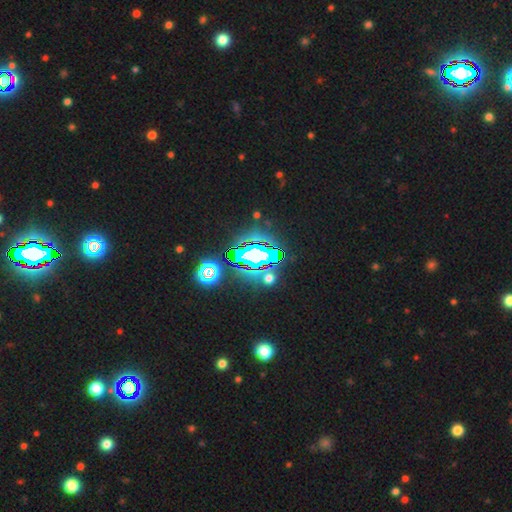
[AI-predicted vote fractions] Morphology: type=star or artifact (69%).